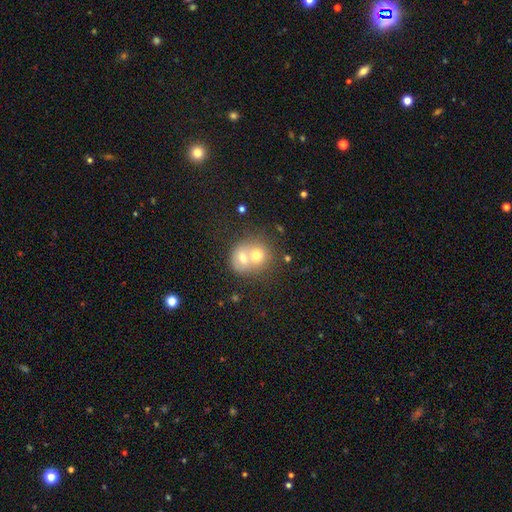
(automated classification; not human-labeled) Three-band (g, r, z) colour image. It shows a smooth galaxy with no disk features (65%) that is round (72%). Merging: merger (71%).